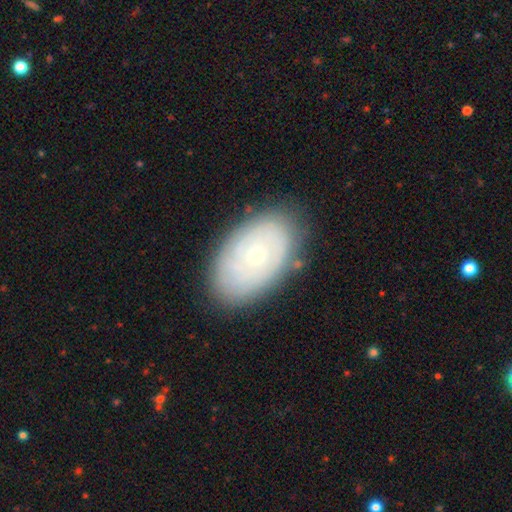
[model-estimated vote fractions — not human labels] Q: Smooth or featured?
A: featured or disk (56%); runner-up: smooth (37%)
Q: Edge-on disk?
A: no (94%); runner-up: yes (6%)
Q: Bar?
A: no (87%); runner-up: weak (11%)
Q: Spiral arms?
A: yes (59%); runner-up: no (41%)
Q: Bulge size?
A: small (63%); runner-up: moderate (33%)
Q: Merging?
A: none (80%); runner-up: minor disturbance (15%)